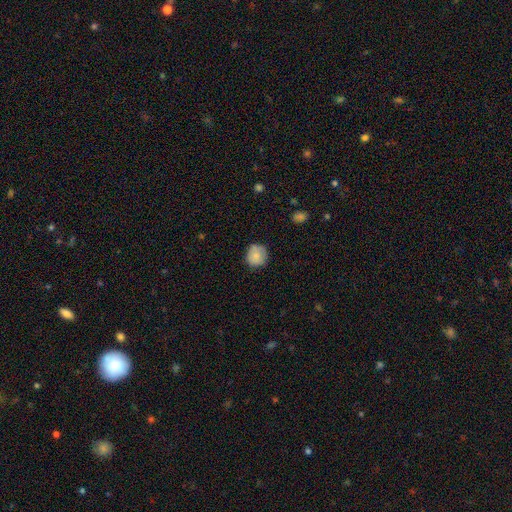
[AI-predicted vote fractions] smooth_or_featured: smooth (p=0.79) [alt: featured or disk p=0.14]
how_rounded: round (p=0.87) [alt: in between p=0.13]
merging: none (p=0.77) [alt: minor disturbance p=0.19]